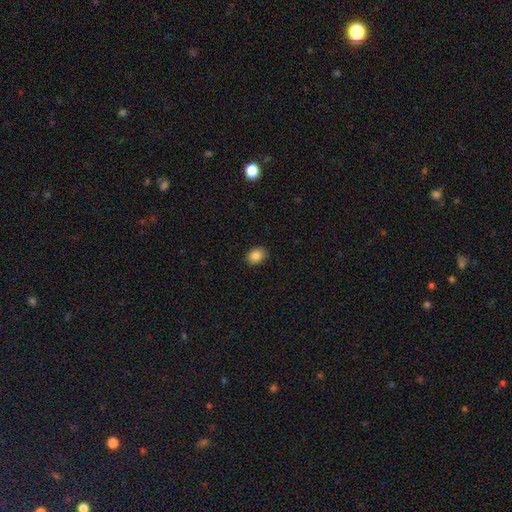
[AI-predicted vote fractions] Morphology: type=smooth (86%); roundness=in between (56%); merging=none (88%).